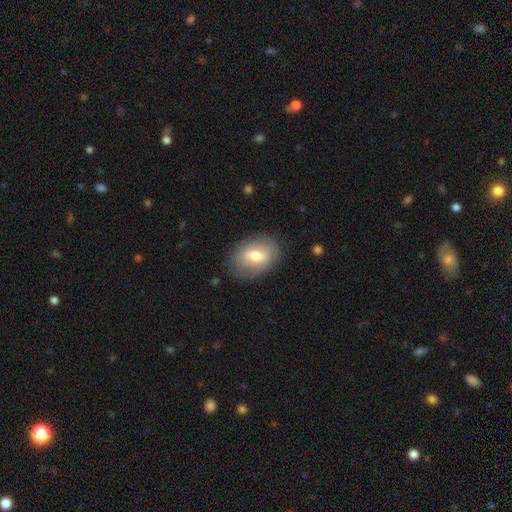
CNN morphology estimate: A smooth galaxy with no disk features (62%) that is in between round and cigar-shaped (78%).

Vote fractions:
- Smooth or featured? smooth: 62% / featured or disk: 31% / star or artifact: 7%
- How rounded? in between: 78% / round: 21% / cigar-shaped: 1%
- Merging? none: 80% / minor disturbance: 14% / major disturbance: 5% / merger: 1%